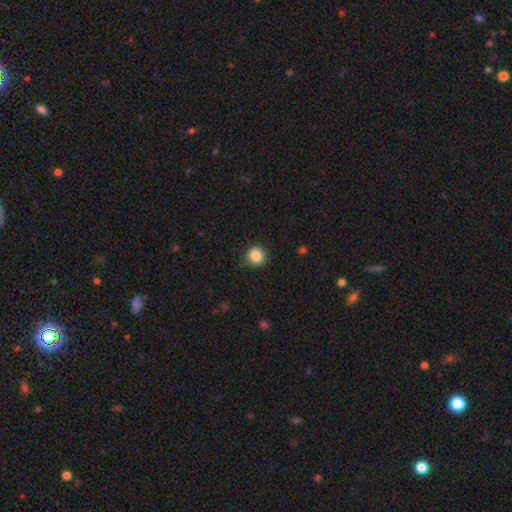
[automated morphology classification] Smooth or featured: smooth — 86% (star or artifact — 10%)
How rounded: round — 94% (in between — 5%)
Merging: none — 87% (minor disturbance — 9%)